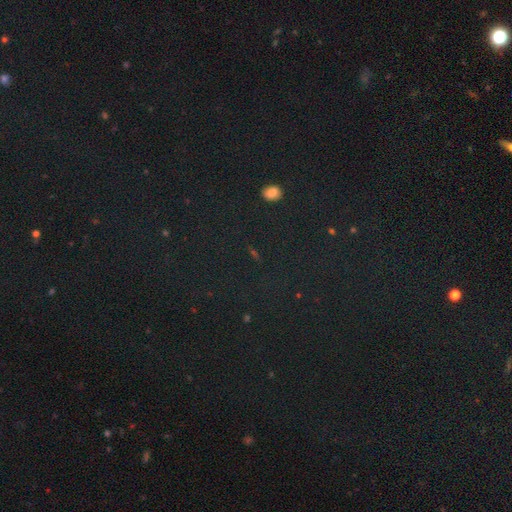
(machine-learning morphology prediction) Smooth or featured? Predicted: star or artifact (p=0.79).